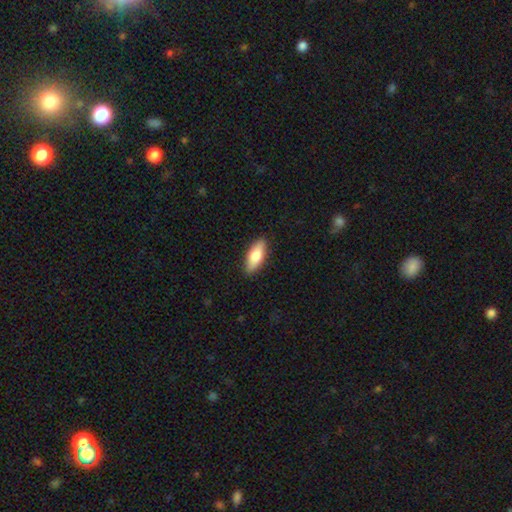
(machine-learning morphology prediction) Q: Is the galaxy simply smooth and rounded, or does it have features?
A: smooth — 77%.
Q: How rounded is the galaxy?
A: in between — 73%.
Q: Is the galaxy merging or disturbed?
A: none — 89%.